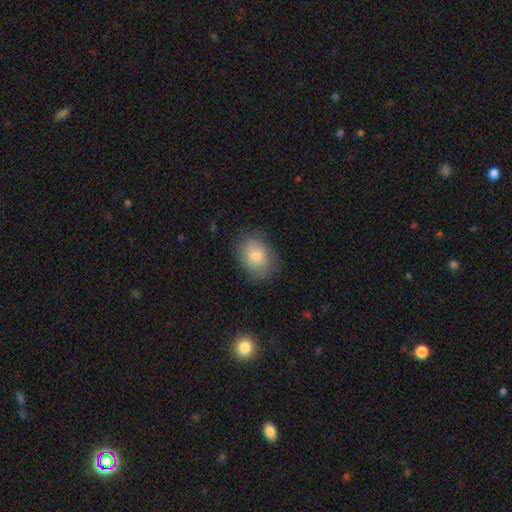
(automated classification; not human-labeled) Overall: smooth (76%). How rounded: in between (70%). Merging: none (78%).